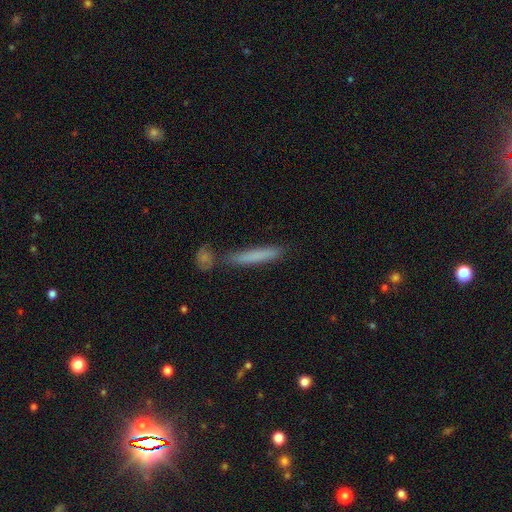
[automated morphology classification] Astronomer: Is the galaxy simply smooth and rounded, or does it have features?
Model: smooth — 74%.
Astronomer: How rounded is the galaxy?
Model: cigar-shaped — 94%.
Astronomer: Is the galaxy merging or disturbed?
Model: none — 79%.